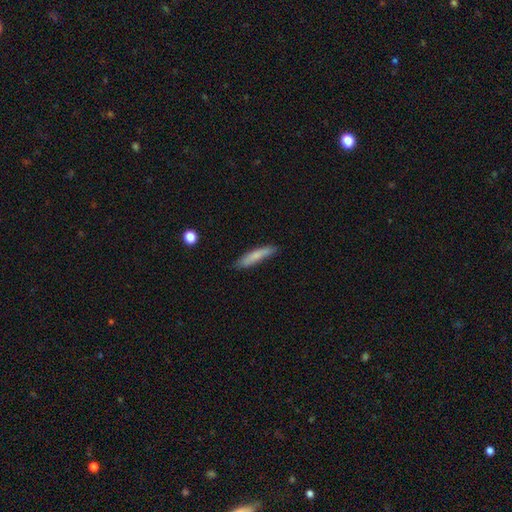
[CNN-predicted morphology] A smooth galaxy with no disk features (77%) that is cigar-shaped (88%).

Vote fractions:
- Smooth or featured? smooth: 77% / featured or disk: 17% / star or artifact: 6%
- How rounded? cigar-shaped: 88% / in between: 10% / round: 1%
- Merging? none: 80% / minor disturbance: 16% / major disturbance: 3% / merger: 2%